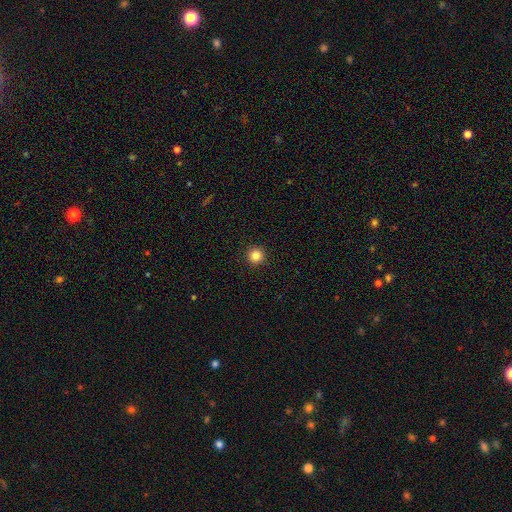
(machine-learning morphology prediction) smooth_or_featured: smooth (p=0.84) [alt: star or artifact p=0.12]
how_rounded: round (p=0.96) [alt: in between p=0.03]
merging: none (p=0.94) [alt: minor disturbance p=0.04]